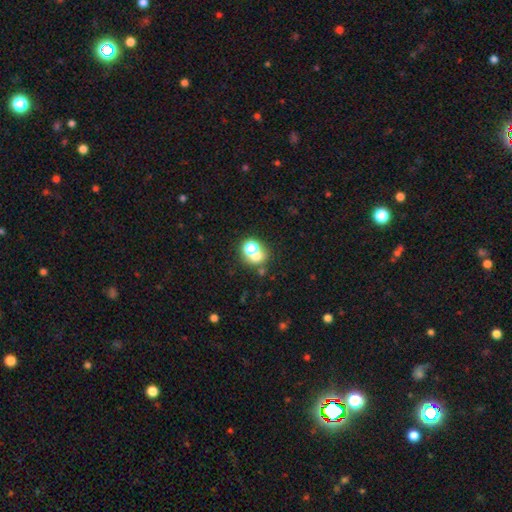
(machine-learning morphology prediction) The model was most divided on "merging": merger: 48%, none: 41%, minor disturbance: 7%, major disturbance: 5%. More confident: how rounded — round (73%); smooth or featured — smooth (60%).